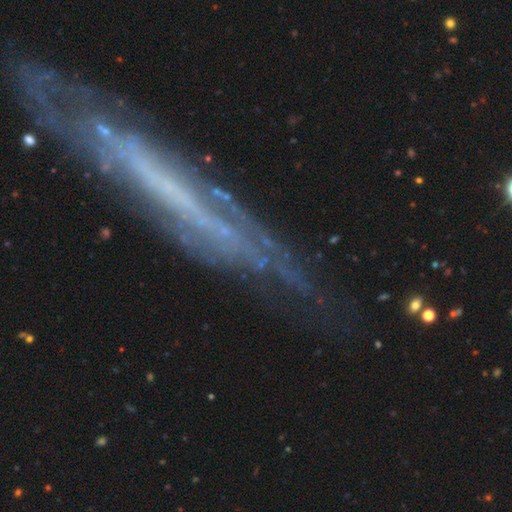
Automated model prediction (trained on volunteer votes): Q: Smooth or featured?
A: featured or disk (73%); runner-up: smooth (17%)
Q: Edge-on disk?
A: yes (67%); runner-up: no (33%)
Q: Merging?
A: none (70%); runner-up: minor disturbance (19%)